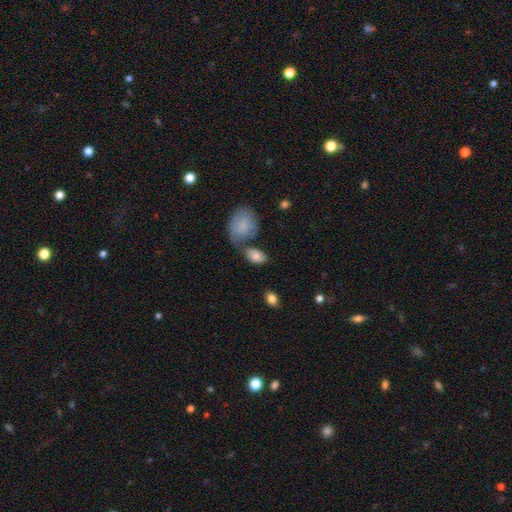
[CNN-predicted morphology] Overall: smooth (80%). How rounded: in between (86%). Merging: none (49%; merger 25%).